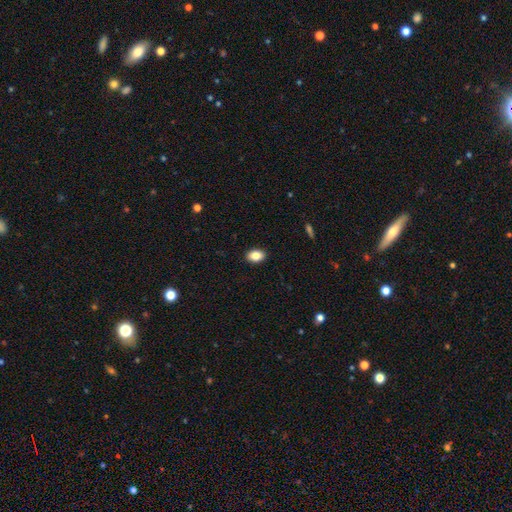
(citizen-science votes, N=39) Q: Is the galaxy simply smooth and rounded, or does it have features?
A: smooth — 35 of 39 (90%).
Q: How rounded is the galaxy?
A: in between — 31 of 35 (89%).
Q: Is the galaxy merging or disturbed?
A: none — 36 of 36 (100%).